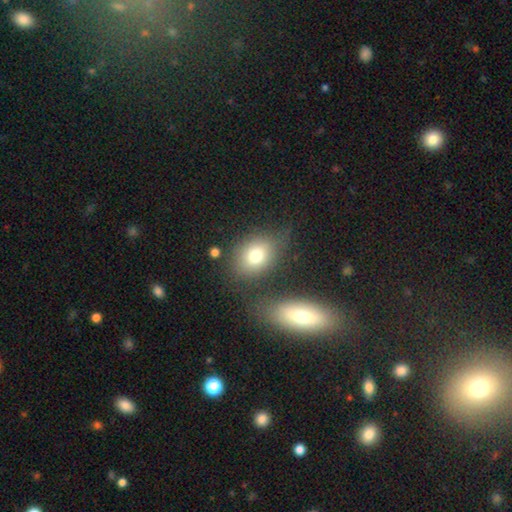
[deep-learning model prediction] Smooth or featured?
  - smooth: 76% *
  - featured or disk: 13%
  - star or artifact: 11%
How rounded?
  - in between: 64% *
  - round: 35%
  - cigar-shaped: 2%
Merging?
  - none: 65% *
  - minor disturbance: 16%
  - merger: 11%
  - major disturbance: 7%